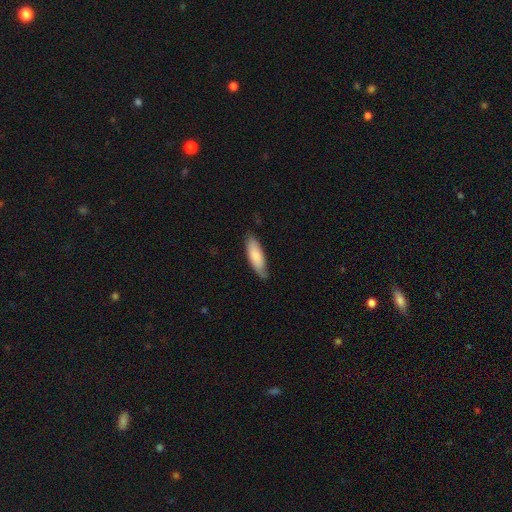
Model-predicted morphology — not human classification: Q: Smooth or featured?
A: smooth (78%); runner-up: featured or disk (17%)
Q: How rounded?
A: in between (57%); runner-up: cigar-shaped (42%)
Q: Merging?
A: none (74%); runner-up: minor disturbance (22%)